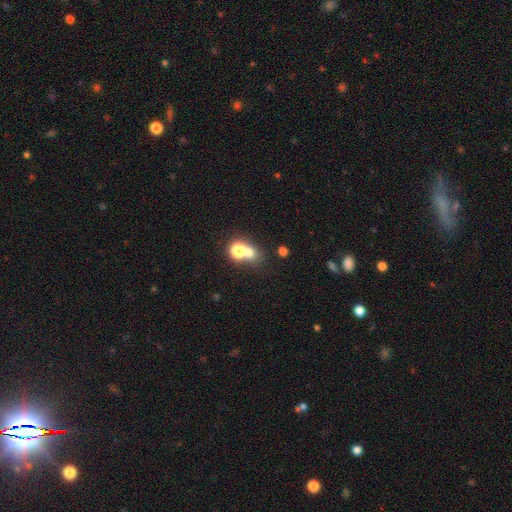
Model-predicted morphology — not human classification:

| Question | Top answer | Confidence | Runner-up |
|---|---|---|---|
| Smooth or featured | smooth | 53% | star or artifact (34%) |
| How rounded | in between | 52% | round (43%) |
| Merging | none | 63% | merger (17%) |